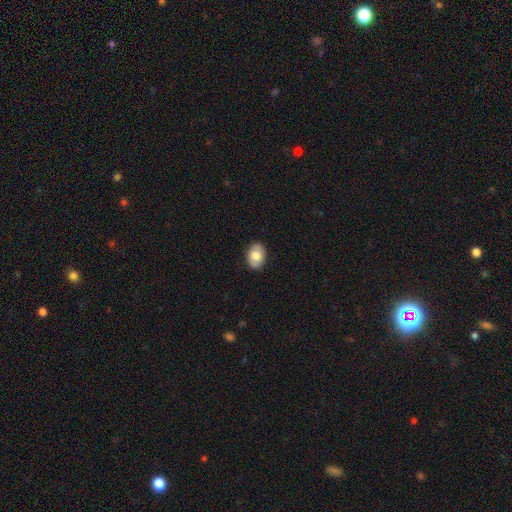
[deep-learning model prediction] A smooth galaxy with no disk features (76%) that is in between round and cigar-shaped (82%). Merging: none (88%).